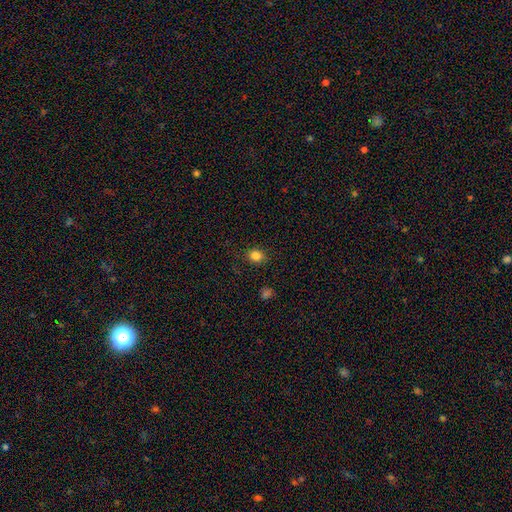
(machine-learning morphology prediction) The model was most divided on "how rounded": round: 68%, in between: 31%, cigar-shaped: 1%. More confident: merging — none (86%); smooth or featured — smooth (84%).